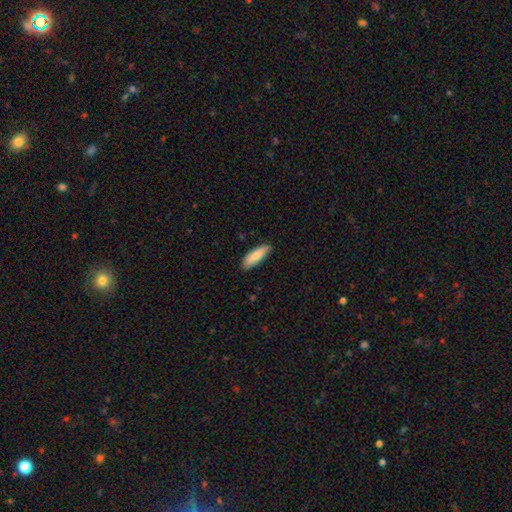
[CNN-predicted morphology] This is clearly a smooth galaxy (84%). How rounded: possibly in between (56%). Merging: clearly none (84%).